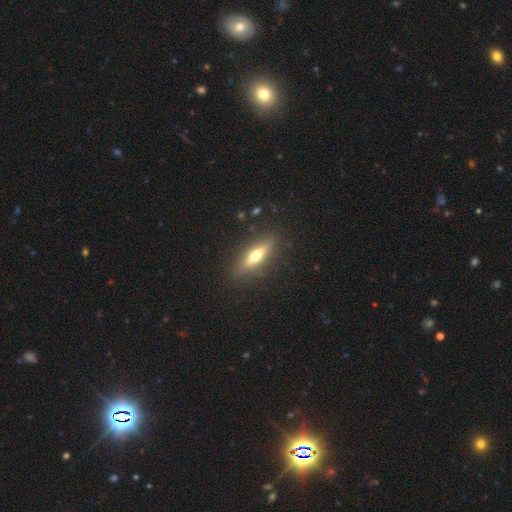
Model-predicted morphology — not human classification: This appears to be a featured or disk galaxy (47%). Merging: none (86%).